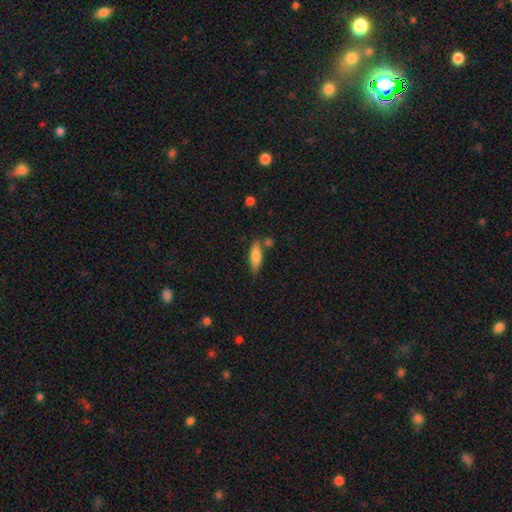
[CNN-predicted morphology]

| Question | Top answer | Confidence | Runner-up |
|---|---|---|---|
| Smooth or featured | smooth | 76% | featured or disk (17%) |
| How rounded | in between | 52% | cigar-shaped (46%) |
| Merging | none | 69% | minor disturbance (15%) |